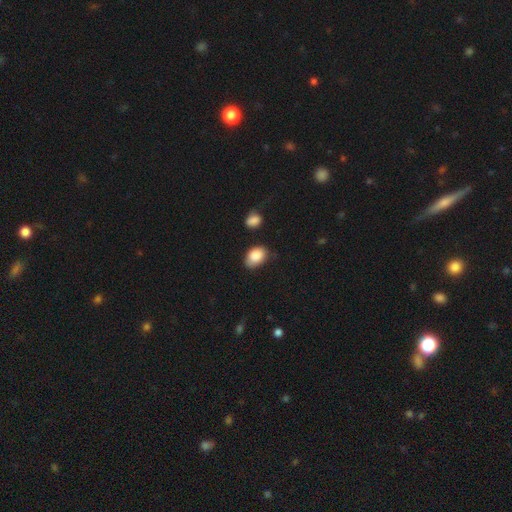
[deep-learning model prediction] Smooth or featured?
  - smooth: 87% *
  - star or artifact: 7%
  - featured or disk: 6%
How rounded?
  - in between: 82% *
  - round: 17%
  - cigar-shaped: 1%
Merging?
  - none: 63% *
  - minor disturbance: 27%
  - major disturbance: 5%
  - merger: 4%